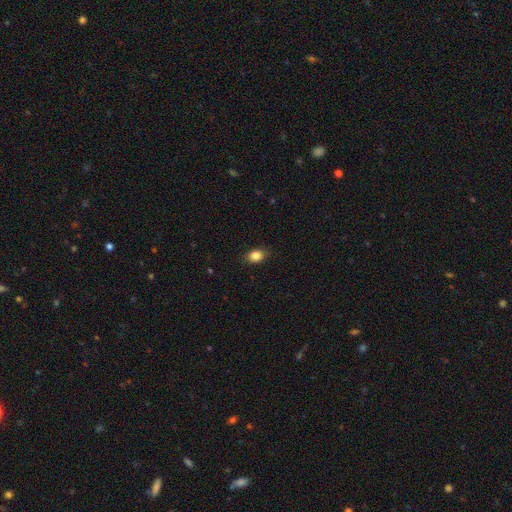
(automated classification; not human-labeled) Smooth or featured: smooth — 85% (star or artifact — 10%)
How rounded: in between — 68% (round — 30%)
Merging: none — 85% (minor disturbance — 12%)